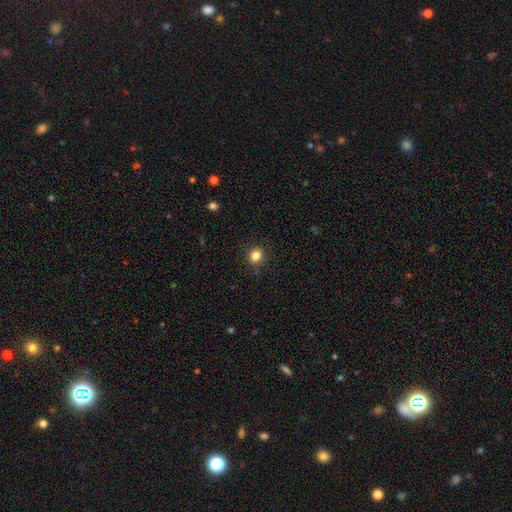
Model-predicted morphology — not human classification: Smooth or featured? Predicted: smooth (p=0.84). How rounded? Predicted: round (p=0.86). Merging? Predicted: none (p=0.89).